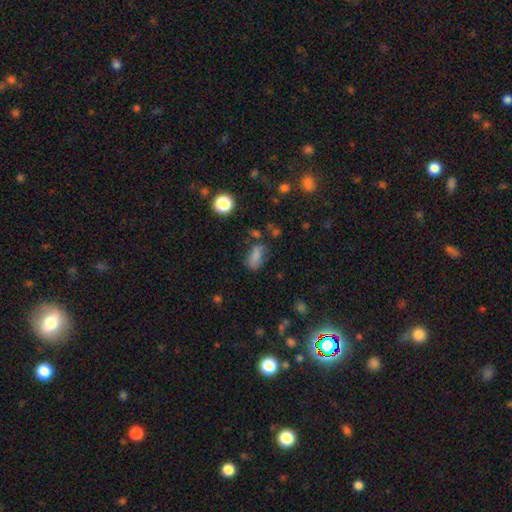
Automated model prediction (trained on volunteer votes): Overall: smooth (78%). How rounded: in between (83%). Merging: none (60%; minor disturbance 24%).